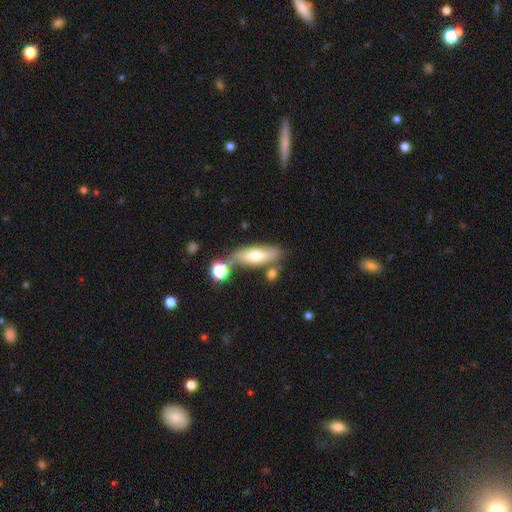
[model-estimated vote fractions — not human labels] smooth 63%, featured or disk 29%, star or artifact 8%. Down the decision tree: how rounded — in between (60%); merging — none (69%).